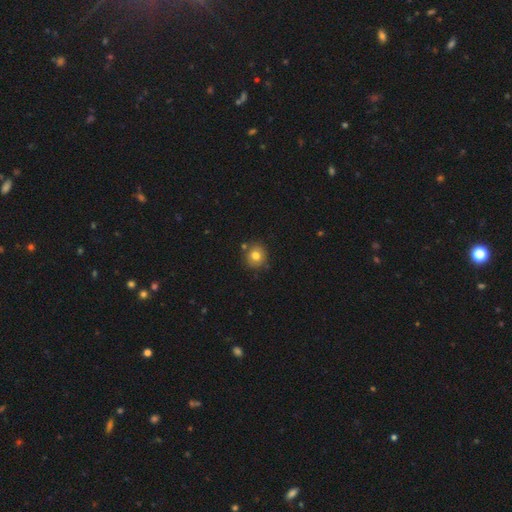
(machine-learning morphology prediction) Overall: smooth (78%). How rounded: round (87%). Merging: none (81%).